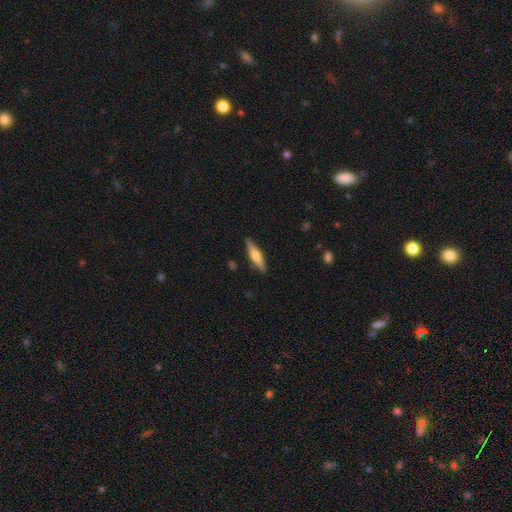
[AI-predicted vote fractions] This appears to be a smooth galaxy with no disk features (49%). Merging: none (88%).